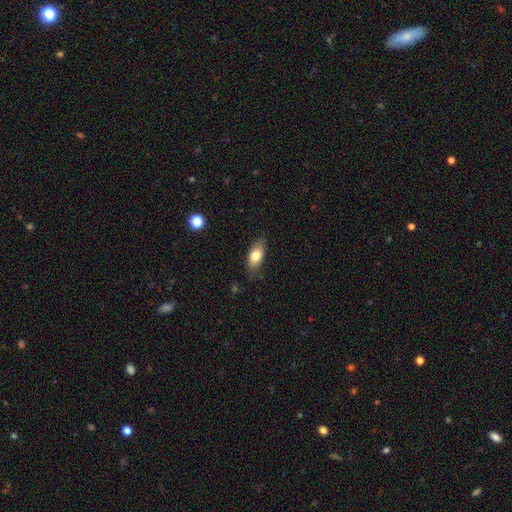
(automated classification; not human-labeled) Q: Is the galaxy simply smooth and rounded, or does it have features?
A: smooth — 77%.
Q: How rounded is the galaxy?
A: in between — 87%.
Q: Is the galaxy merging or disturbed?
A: none — 78%.